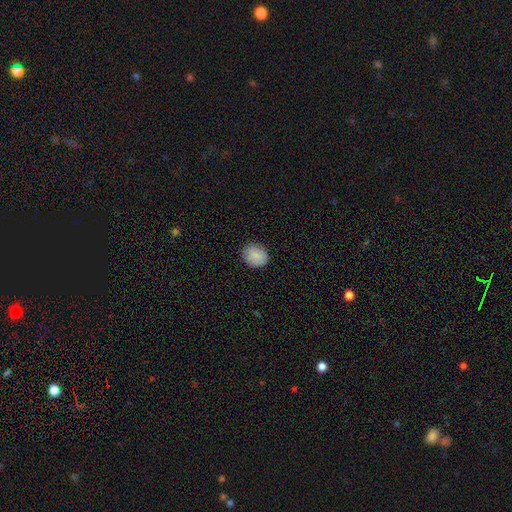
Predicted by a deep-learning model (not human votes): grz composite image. It shows a smooth galaxy with no disk features (89%) that is round (69%). Merging: none (89%).